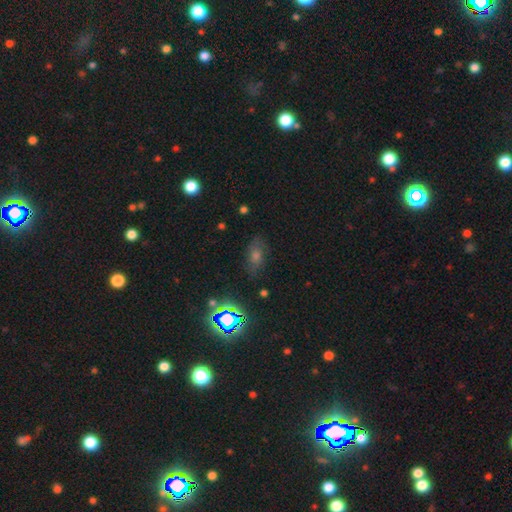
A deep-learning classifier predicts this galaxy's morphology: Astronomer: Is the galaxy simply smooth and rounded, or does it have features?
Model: smooth — 43% (runner-up: star or artifact, 38%).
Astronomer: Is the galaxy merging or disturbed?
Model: none — 77%.